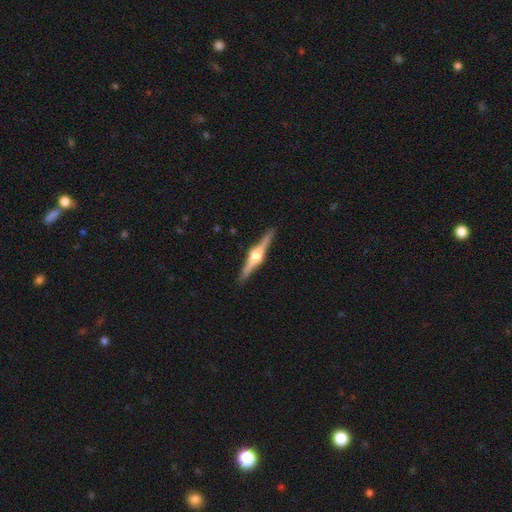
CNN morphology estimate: smooth_or_featured: featured or disk (p=0.85) [alt: smooth p=0.10]
disk_edge_on: yes (p=0.99) [alt: no p=0.01]
edge_on_bulge: rounded (p=0.94) [alt: boxy p=0.04]
merging: none (p=0.92) [alt: minor disturbance p=0.06]